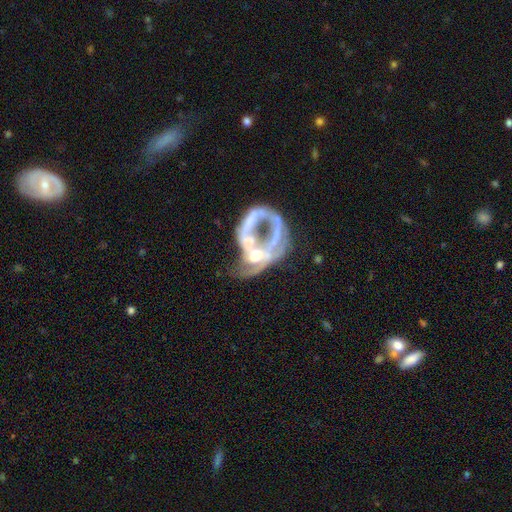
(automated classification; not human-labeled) A featured or disk galaxy (73%) with no bar (78%), no spiral arms (66%) and a moderate central bulge (46%). Merging: merger (49%).